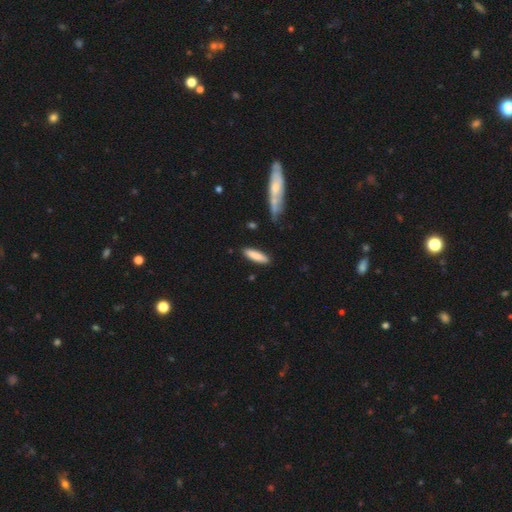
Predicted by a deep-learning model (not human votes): Q: Smooth or featured?
A: smooth (85%); runner-up: featured or disk (10%)
Q: How rounded?
A: cigar-shaped (63%); runner-up: in between (36%)
Q: Merging?
A: none (85%); runner-up: minor disturbance (10%)